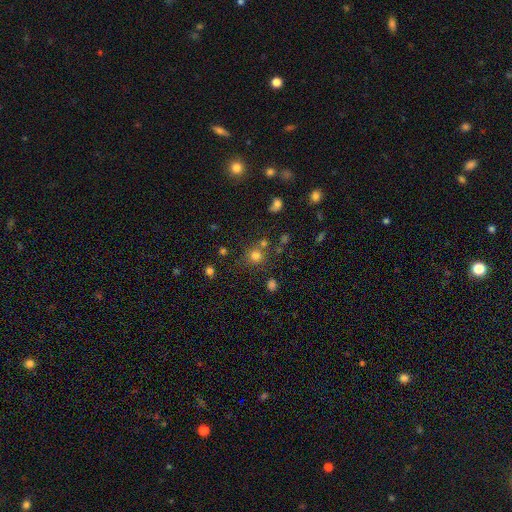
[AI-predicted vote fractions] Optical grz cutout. It shows a smooth galaxy with no disk features (74%) that is round (88%). Merging: none (71%).